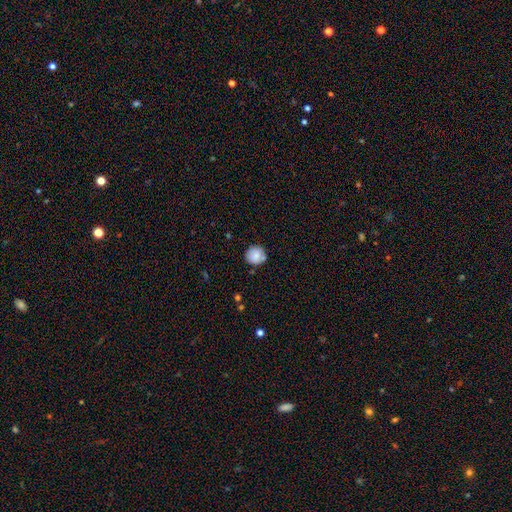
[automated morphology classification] A smooth galaxy with no disk features (83%) that is round (91%).

Vote fractions:
- Smooth or featured? smooth: 83% / featured or disk: 9% / star or artifact: 8%
- How rounded? round: 91% / in between: 8% / cigar-shaped: 1%
- Merging? none: 77% / minor disturbance: 14% / merger: 6% / major disturbance: 3%